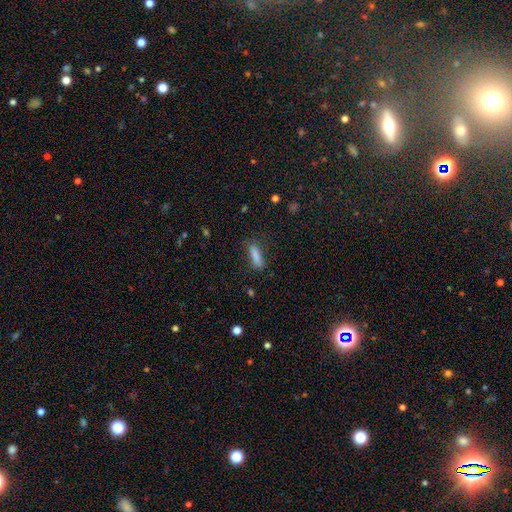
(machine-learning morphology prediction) type=smooth (83%); roundness=cigar-shaped (67%); merging=none (78%).